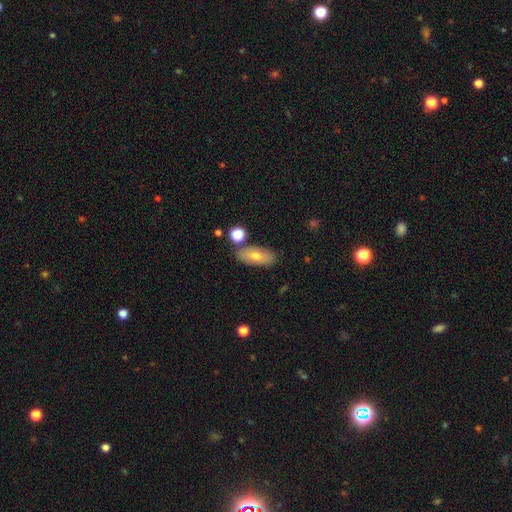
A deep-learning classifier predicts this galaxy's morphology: smooth-or-featured: smooth: 67% | featured or disk: 25% | star or artifact: 8%
  how-rounded: in between: 85% | cigar-shaped: 10% | round: 5%
  merging: none: 80% | minor disturbance: 11% | merger: 6% | major disturbance: 3%